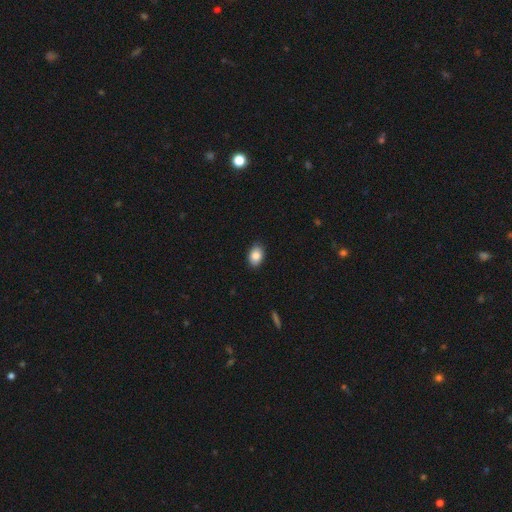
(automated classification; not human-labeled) smooth 86%, star or artifact 8%, featured or disk 6%. Down the decision tree: how rounded — in between (83%); merging — none (86%).